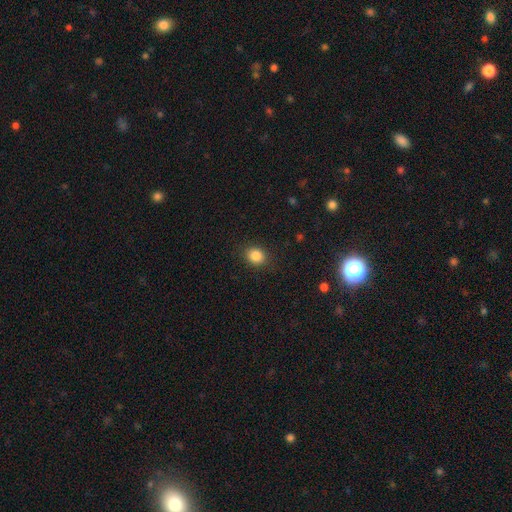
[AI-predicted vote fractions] smooth_or_featured: smooth (p=0.85) [alt: star or artifact p=0.10]
how_rounded: round (p=0.63) [alt: in between p=0.36]
merging: none (p=0.87) [alt: minor disturbance p=0.09]